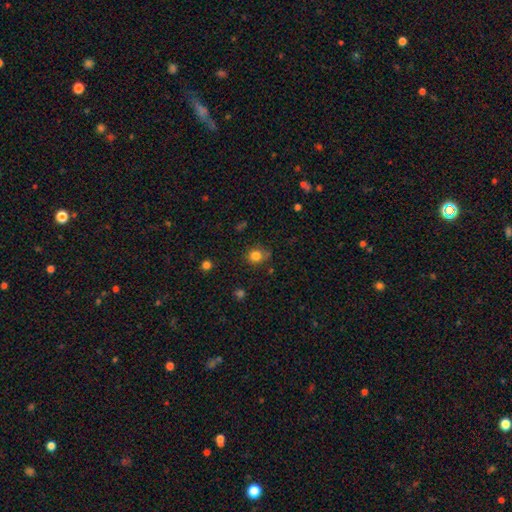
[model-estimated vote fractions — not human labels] The model was most divided on "merging": none: 72%, minor disturbance: 19%, major disturbance: 5%, merger: 5%. More confident: smooth or featured — smooth (82%); how rounded — round (80%).